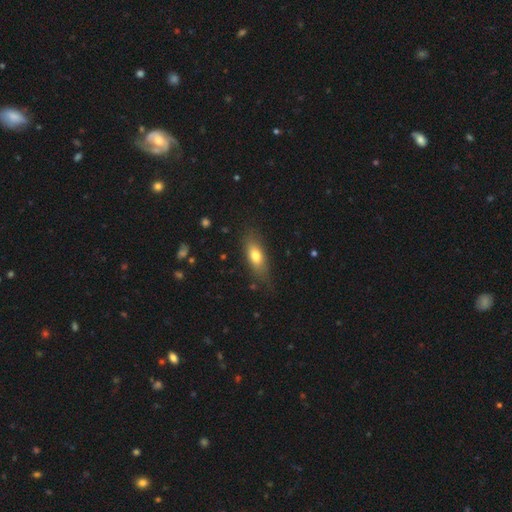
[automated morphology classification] Smooth or featured: smooth — 72% (featured or disk — 20%)
How rounded: in between — 72% (cigar-shaped — 23%)
Merging: none — 75% (minor disturbance — 18%)